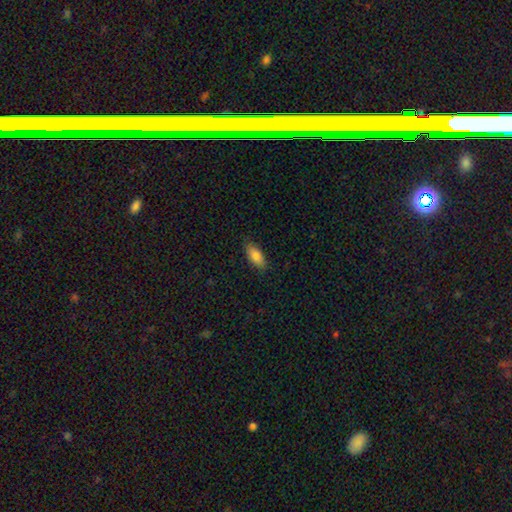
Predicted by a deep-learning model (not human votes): This appears to be a smooth galaxy with no disk features (84%) that is in between round and cigar-shaped (85%). Merging: none (85%).